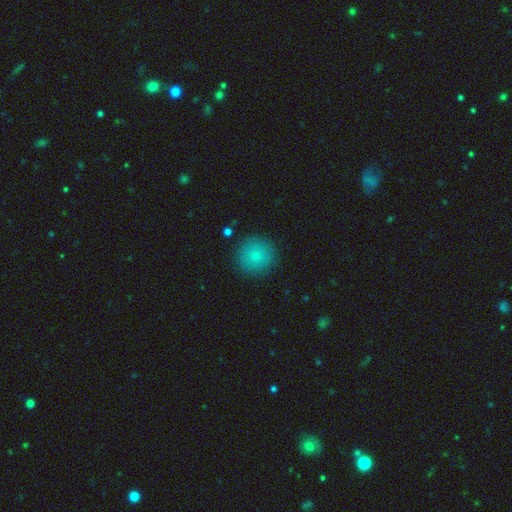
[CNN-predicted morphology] Q: Smooth or featured?
A: smooth (82%); runner-up: star or artifact (9%)
Q: How rounded?
A: round (95%); runner-up: in between (4%)
Q: Merging?
A: none (89%); runner-up: minor disturbance (7%)